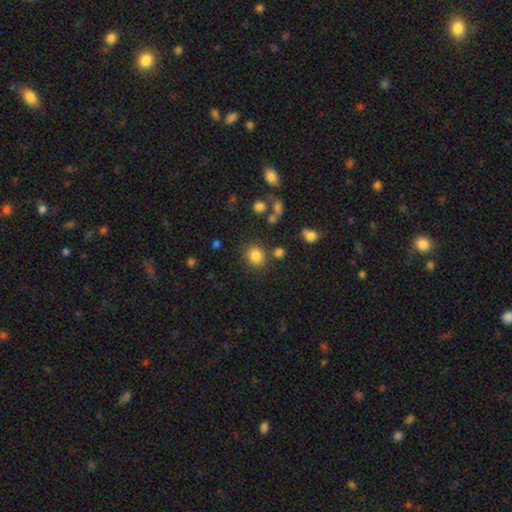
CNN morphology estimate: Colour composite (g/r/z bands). It shows a smooth galaxy with no disk features (83%) that is round (76%). Merging: none (80%).